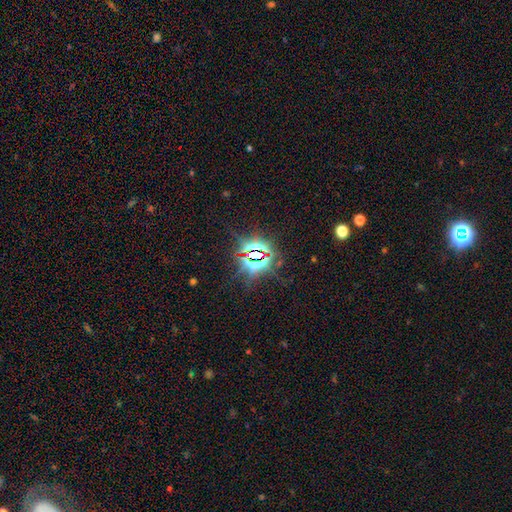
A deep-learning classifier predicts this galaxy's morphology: Smooth or featured: star or artifact — 84% (smooth — 8%)